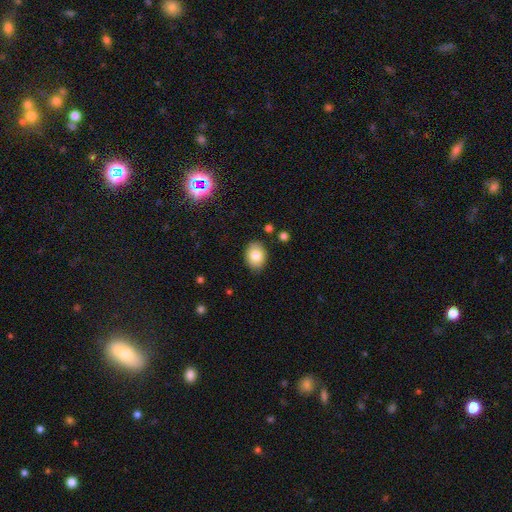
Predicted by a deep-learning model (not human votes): Overall: smooth (82%). How rounded: in between (77%). Merging: none (87%).